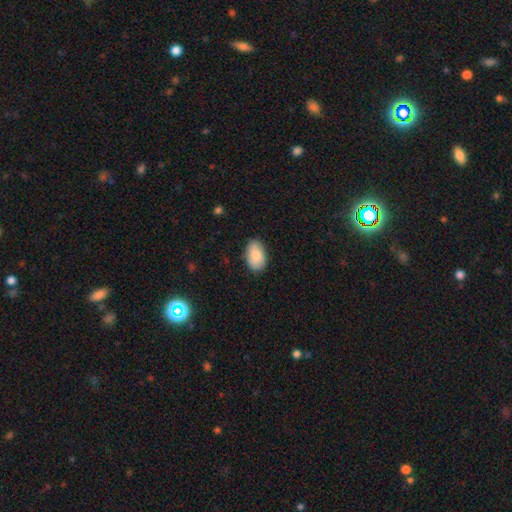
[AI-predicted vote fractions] Overall: smooth (84%). How rounded: in between (92%). Merging: none (84%).